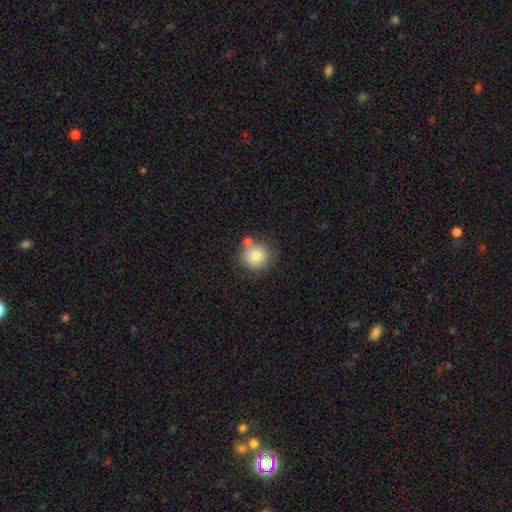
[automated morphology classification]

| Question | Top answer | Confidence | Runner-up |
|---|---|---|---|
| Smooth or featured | smooth | 80% | featured or disk (11%) |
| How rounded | round | 92% | in between (7%) |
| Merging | none | 68% | merger (15%) |